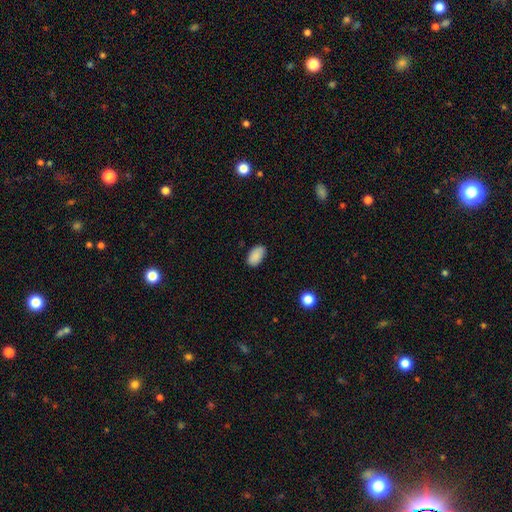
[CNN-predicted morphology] Smooth or featured? Predicted: smooth (p=0.89). How rounded? Predicted: in between (p=0.93). Merging? Predicted: none (p=0.84).